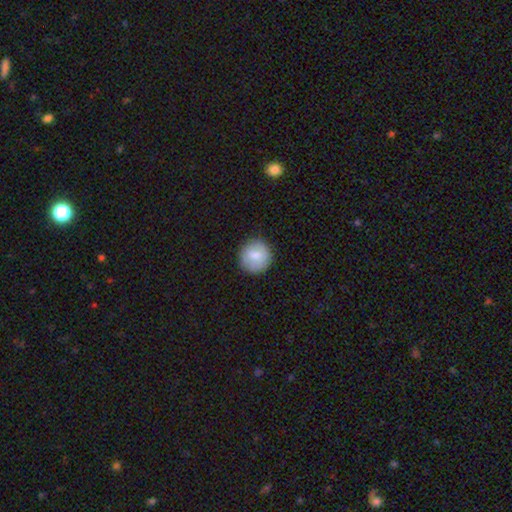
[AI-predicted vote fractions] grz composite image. It shows a smooth galaxy with no disk features (77%) that is round (93%). Merging: none (87%).